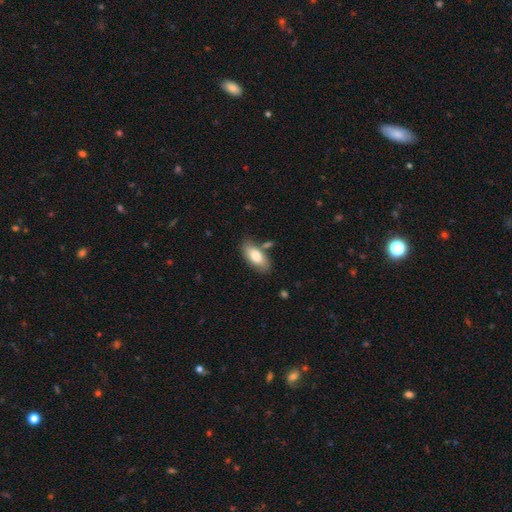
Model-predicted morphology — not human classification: Overall: smooth (79%). How rounded: in between (88%). Merging: none (72%).